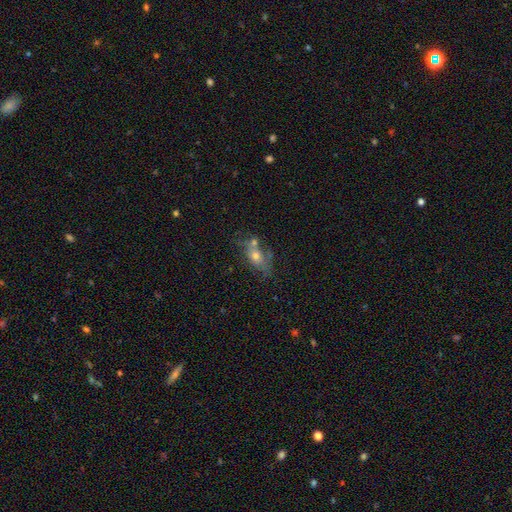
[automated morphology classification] Smooth or featured? smooth (48%)
Merging? none (44%)